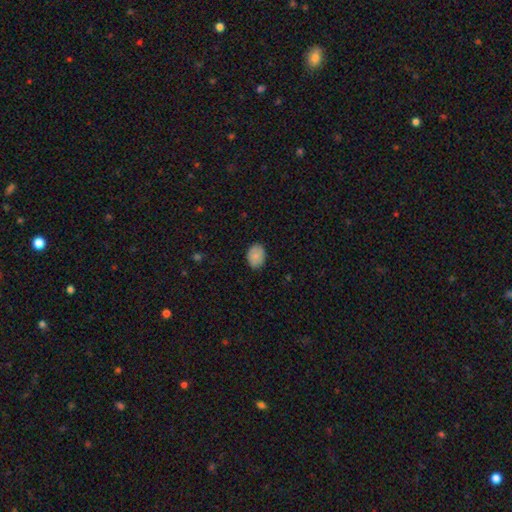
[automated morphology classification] The model was most divided on "how rounded": in between: 71%, round: 28%, cigar-shaped: 1%. More confident: merging — none (84%); smooth or featured — smooth (84%).